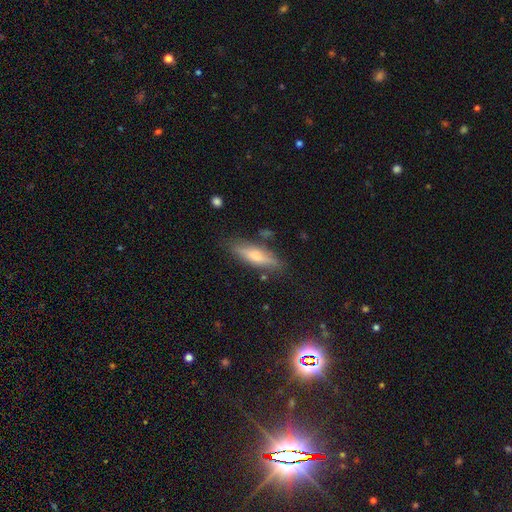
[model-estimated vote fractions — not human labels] Smooth or featured?
  - smooth: 60% *
  - featured or disk: 34%
  - star or artifact: 7%
How rounded?
  - cigar-shaped: 66% *
  - in between: 32%
  - round: 2%
Merging?
  - none: 78% *
  - minor disturbance: 15%
  - major disturbance: 4%
  - merger: 3%